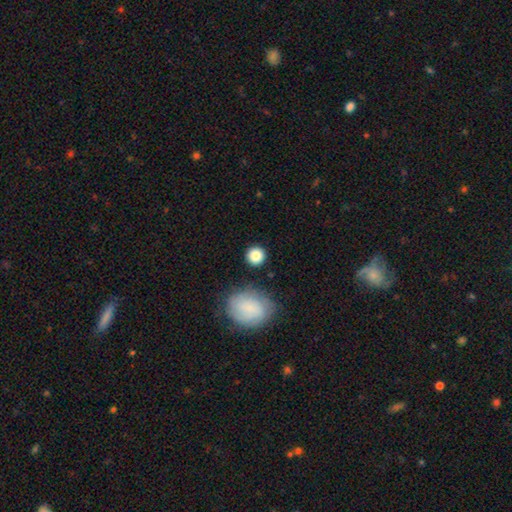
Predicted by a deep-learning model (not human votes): Morphology: type=smooth (85%); roundness=round (92%); merging=none (84%).